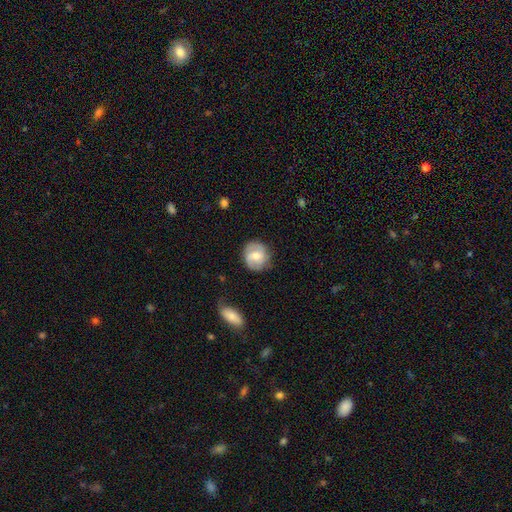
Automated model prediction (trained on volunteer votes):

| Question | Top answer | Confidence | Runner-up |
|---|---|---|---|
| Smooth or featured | featured or disk | 52% | smooth (41%) |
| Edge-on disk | no | 97% | yes (3%) |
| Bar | no | 51% | weak (39%) |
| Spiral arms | yes | 83% | no (17%) |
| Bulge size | moderate | 65% | small (27%) |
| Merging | none | 76% | minor disturbance (17%) |